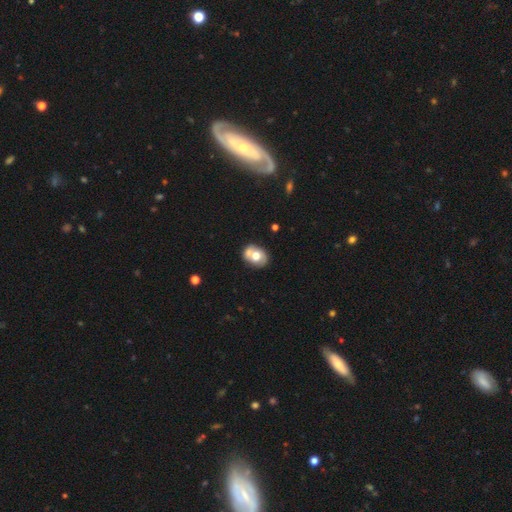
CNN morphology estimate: Overall: smooth (59%; featured or disk 33%). How rounded: in between (56%; round 43%). Merging: none (49%; merger 30%).